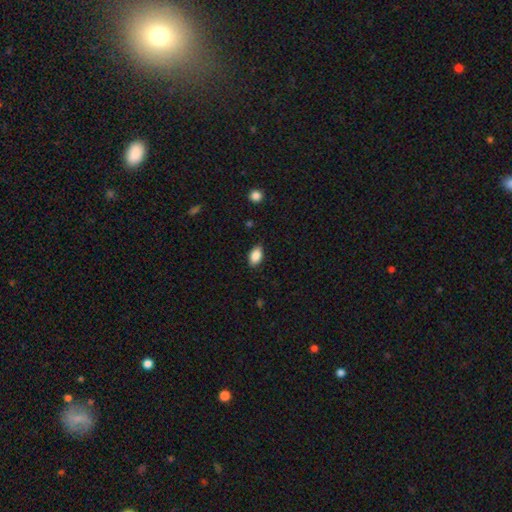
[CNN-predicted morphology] Smooth or featured?
  - smooth: 88% *
  - star or artifact: 8%
  - featured or disk: 4%
How rounded?
  - in between: 91% *
  - round: 7%
  - cigar-shaped: 2%
Merging?
  - none: 83% *
  - minor disturbance: 13%
  - major disturbance: 3%
  - merger: 1%